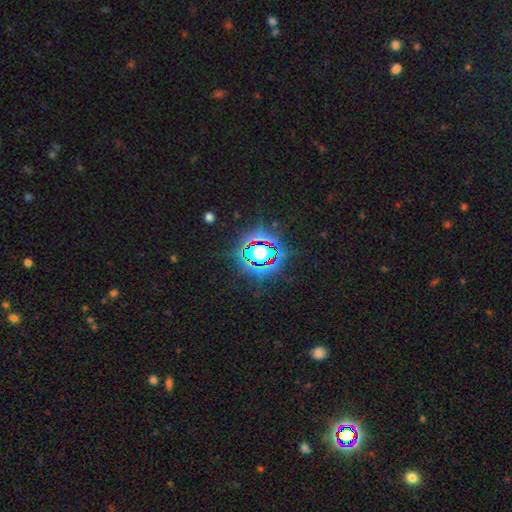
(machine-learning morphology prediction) Q: Smooth or featured?
A: star or artifact (81%); runner-up: smooth (11%)